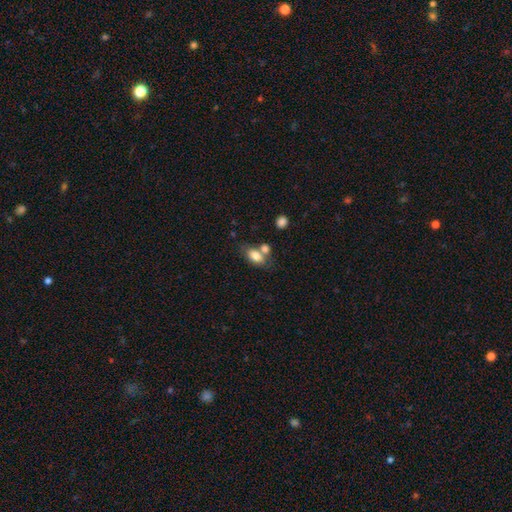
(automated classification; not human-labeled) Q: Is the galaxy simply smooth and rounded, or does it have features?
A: smooth — 79%.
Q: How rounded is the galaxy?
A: in between — 87%.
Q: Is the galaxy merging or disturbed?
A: none — 48%.